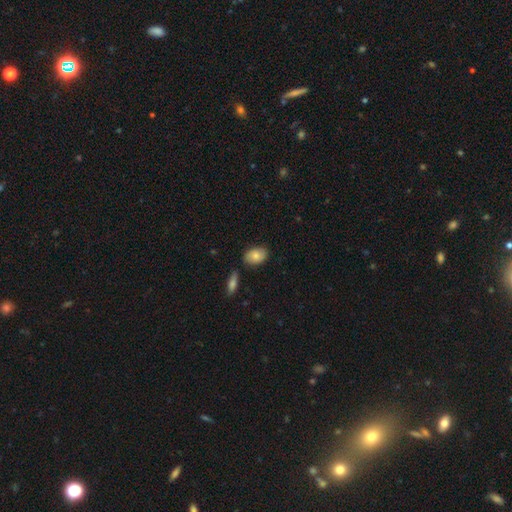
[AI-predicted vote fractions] smooth 81%, featured or disk 13%, star or artifact 7%. Down the decision tree: how rounded — in between (89%); merging — none (76%).